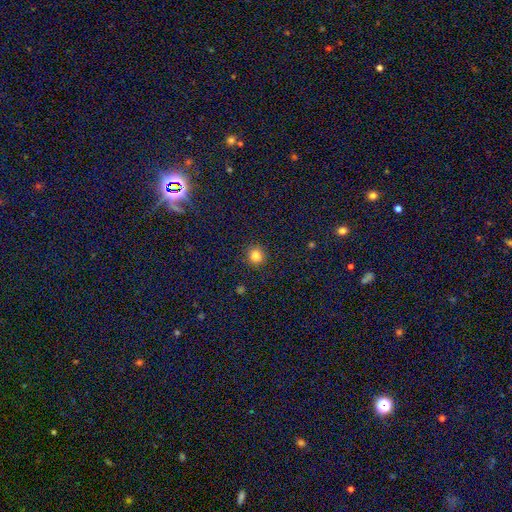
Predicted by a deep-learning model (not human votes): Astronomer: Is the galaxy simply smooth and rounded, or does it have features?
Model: smooth — 83%.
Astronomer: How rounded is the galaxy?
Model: round — 91%.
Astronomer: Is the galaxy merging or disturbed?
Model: none — 89%.